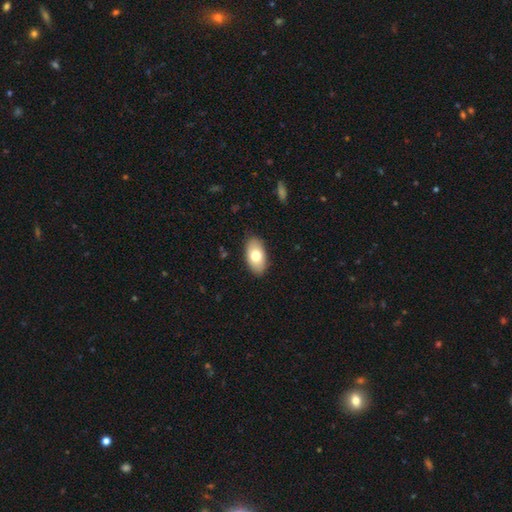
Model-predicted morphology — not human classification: Overall: smooth (72%). How rounded: in between (94%). Merging: none (87%).